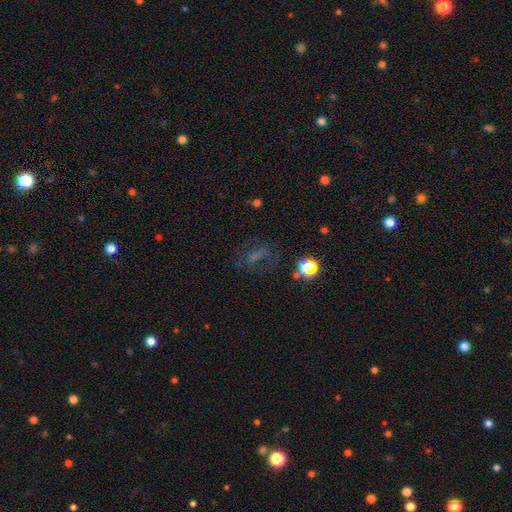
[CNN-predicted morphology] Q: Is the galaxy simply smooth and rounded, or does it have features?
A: star or artifact — 34%.